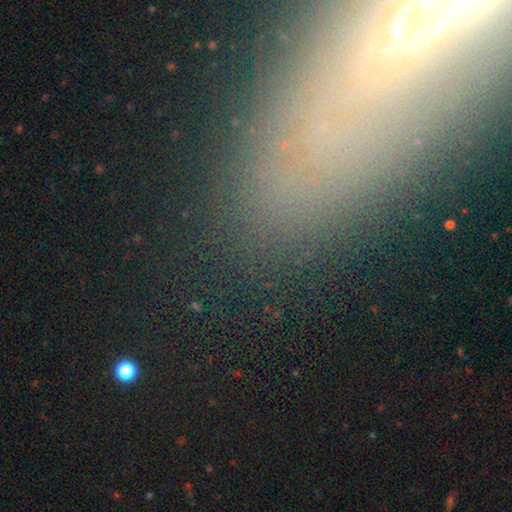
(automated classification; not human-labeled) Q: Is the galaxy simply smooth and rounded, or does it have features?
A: star or artifact — 46%.